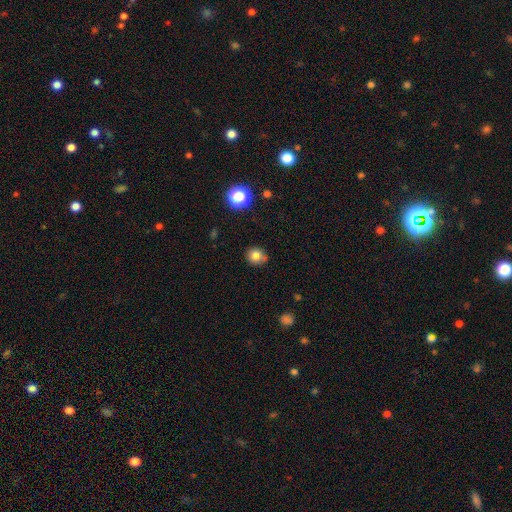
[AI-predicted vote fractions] smooth_or_featured: smooth (p=0.80) [alt: star or artifact p=0.13]
how_rounded: round (p=0.83) [alt: in between p=0.16]
merging: none (p=0.70) [alt: minor disturbance p=0.18]